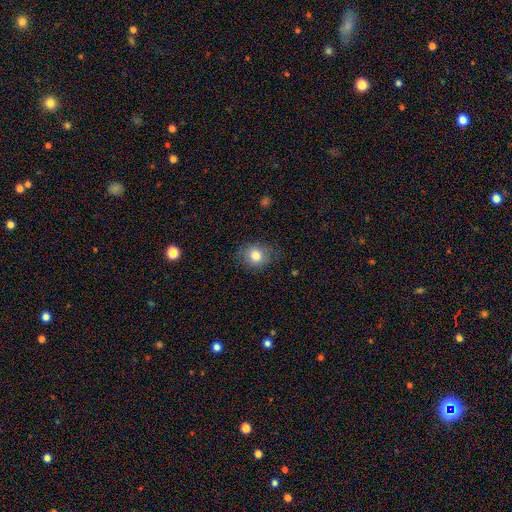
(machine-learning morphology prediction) This is likely a smooth galaxy (79%). How rounded: possibly round (54%). Merging: likely none (75%).